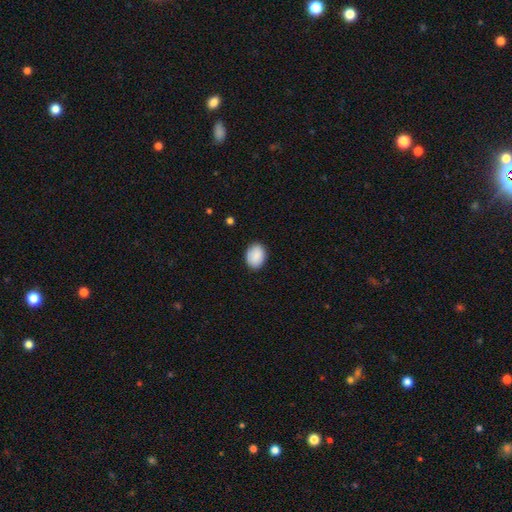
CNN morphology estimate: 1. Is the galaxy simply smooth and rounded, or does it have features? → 89% smooth, 7% star or artifact, 4% featured or disk.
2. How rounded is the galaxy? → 61% in between, 38% round, 1% cigar-shaped.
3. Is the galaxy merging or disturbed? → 85% none, 12% minor disturbance, 2% major disturbance, 1% merger.